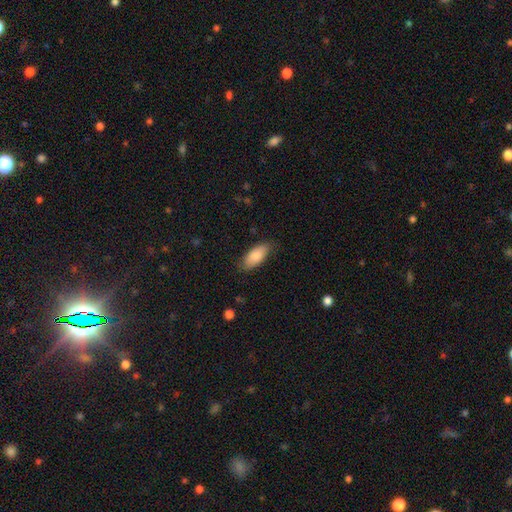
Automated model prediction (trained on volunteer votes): Smooth or featured? Predicted: smooth (p=0.84). How rounded? Predicted: in between (p=0.88). Merging? Predicted: none (p=0.79).